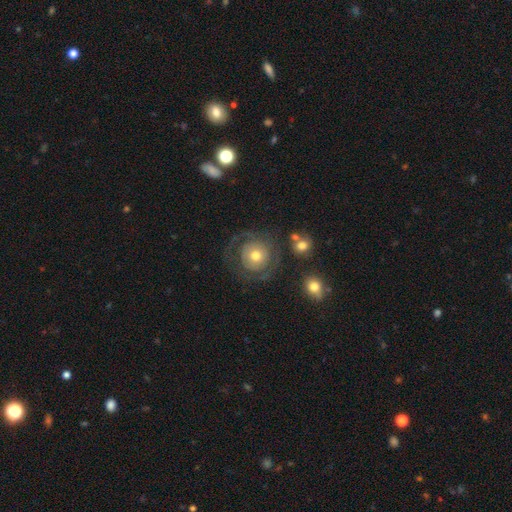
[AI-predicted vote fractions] This appears to be a featured or disk galaxy (57%) with no bar (85%), spiral arms (73%) and a moderate central bulge (65%). Merging: none (61%).